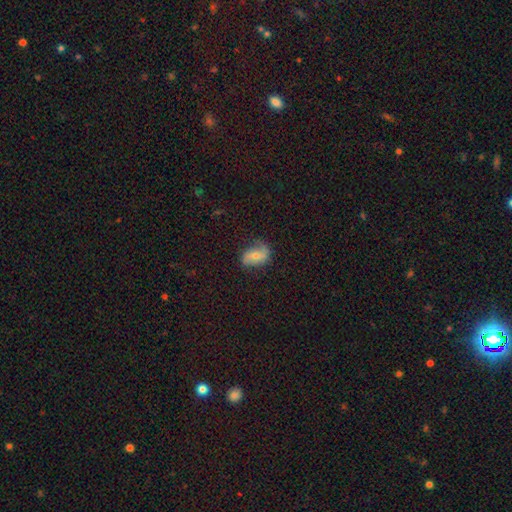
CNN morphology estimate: Smooth or featured: featured or disk — 54% (smooth — 37%)
Edge-on disk: no — 94% (yes — 6%)
Bar: no — 46% (weak — 34%)
Spiral arms: yes — 82% (no — 18%)
Bulge size: moderate — 52% (small — 43%)
Merging: none — 67% (minor disturbance — 24%)